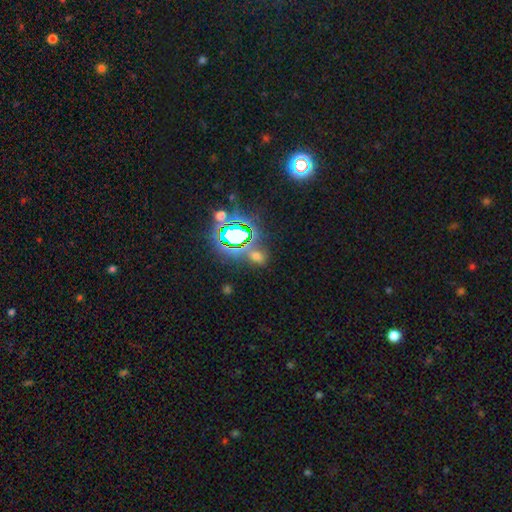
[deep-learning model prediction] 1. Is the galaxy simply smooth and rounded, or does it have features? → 47% star or artifact, 43% smooth, 9% featured or disk.